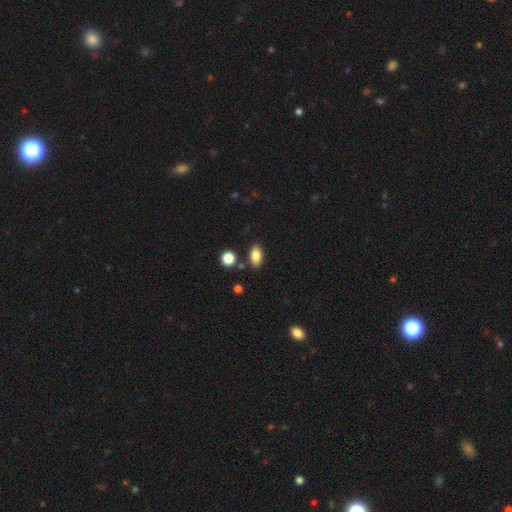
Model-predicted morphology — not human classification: smooth_or_featured: smooth (p=0.86) [alt: star or artifact p=0.08]
how_rounded: in between (p=0.89) [alt: round p=0.07]
merging: none (p=0.83) [alt: minor disturbance p=0.10]